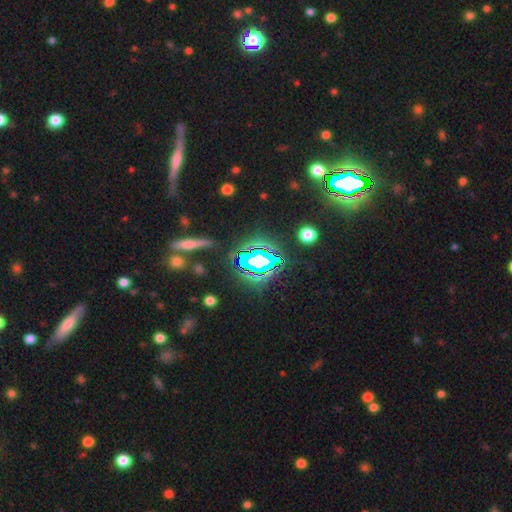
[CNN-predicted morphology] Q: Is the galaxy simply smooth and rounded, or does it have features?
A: star or artifact — 71%.